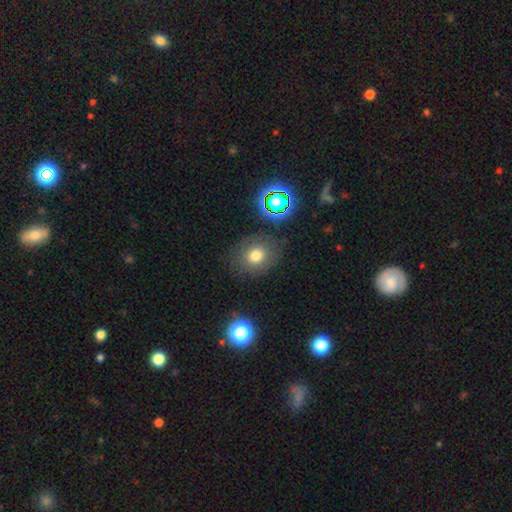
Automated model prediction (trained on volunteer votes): This appears to be a smooth galaxy with no disk features (72%) that is round (75%). Merging: none (81%).